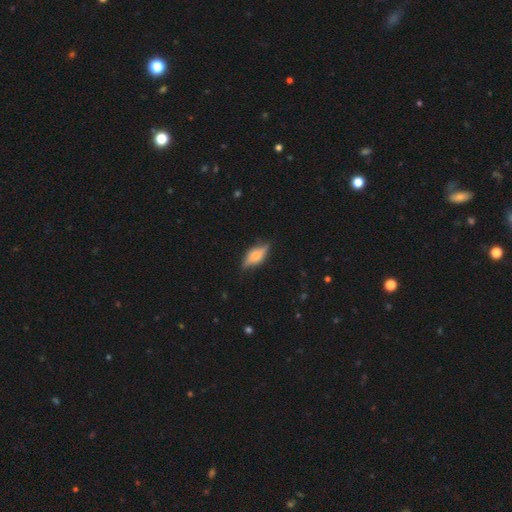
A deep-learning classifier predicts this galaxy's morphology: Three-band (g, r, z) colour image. It shows a featured or disk galaxy (49%). Merging: none (76%).